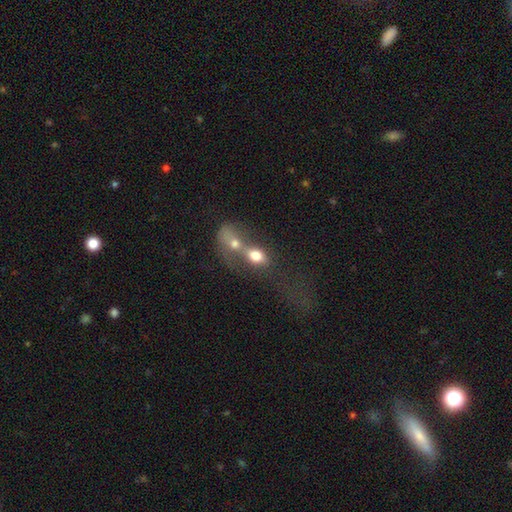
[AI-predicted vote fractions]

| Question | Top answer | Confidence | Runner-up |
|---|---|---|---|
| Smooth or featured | smooth | 70% | featured or disk (20%) |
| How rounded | in between | 69% | round (28%) |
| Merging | merger | 75% | none (12%) |